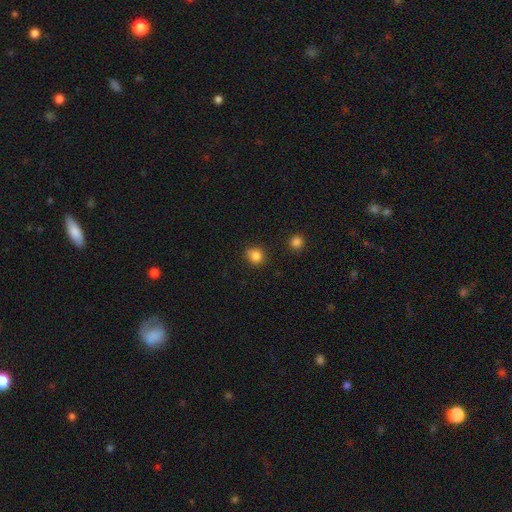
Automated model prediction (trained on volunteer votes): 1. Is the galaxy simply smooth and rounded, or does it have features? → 84% smooth, 12% star or artifact, 4% featured or disk.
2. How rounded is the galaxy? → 82% round, 17% in between, 1% cigar-shaped.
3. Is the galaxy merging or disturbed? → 80% none, 14% minor disturbance, 3% major disturbance, 2% merger.